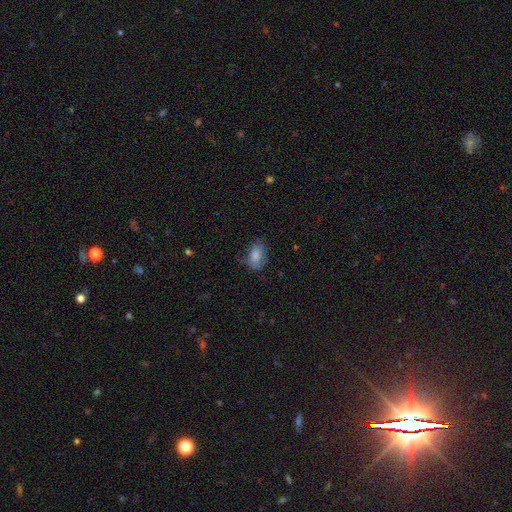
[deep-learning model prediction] Smooth or featured? Predicted: smooth (p=0.84). How rounded? Predicted: in between (p=0.89). Merging? Predicted: none (p=0.69).